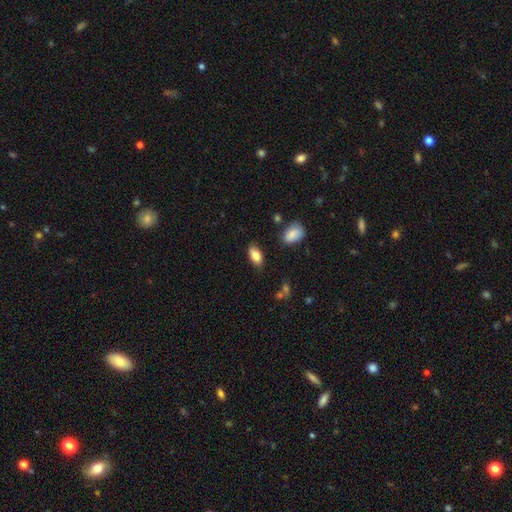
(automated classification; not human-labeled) Overall: smooth (81%). How rounded: in between (90%). Merging: none (82%).